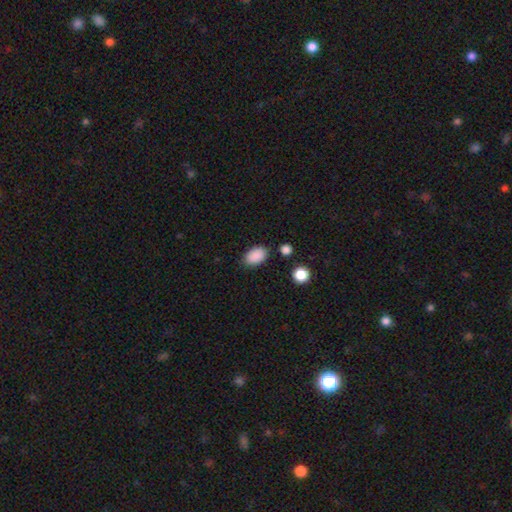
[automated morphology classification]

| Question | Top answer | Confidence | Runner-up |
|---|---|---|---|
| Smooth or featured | smooth | 89% | star or artifact (8%) |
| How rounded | in between | 90% | round (9%) |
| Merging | none | 83% | minor disturbance (11%) |